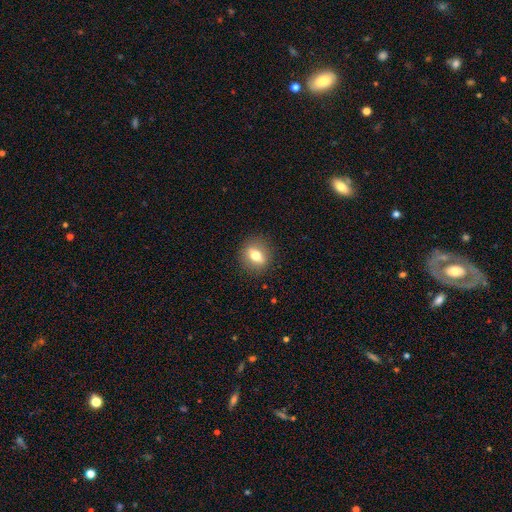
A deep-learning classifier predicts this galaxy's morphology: Smooth or featured? Predicted: smooth (p=0.62). How rounded? Predicted: round (p=0.59). Merging? Predicted: none (p=0.88).